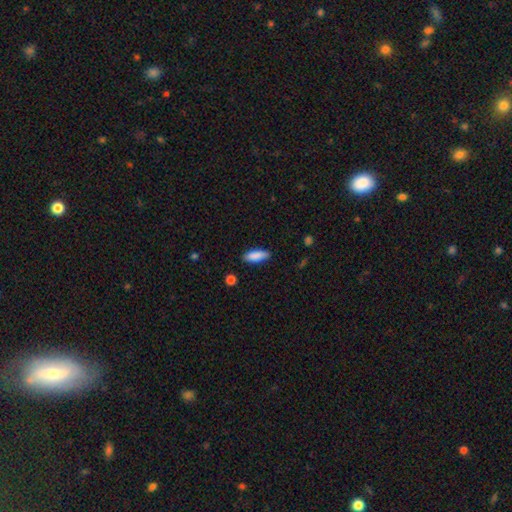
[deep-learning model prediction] Smooth or featured? smooth (86%)
How rounded? in between (58%)
Merging? none (83%)